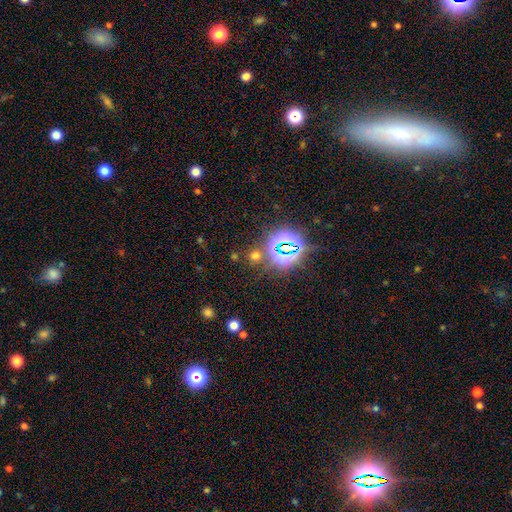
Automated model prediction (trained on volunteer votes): Smooth or featured?
  - star or artifact: 50% *
  - smooth: 44%
  - featured or disk: 7%